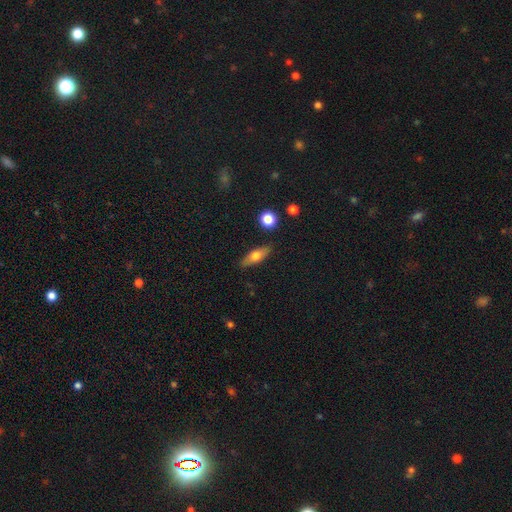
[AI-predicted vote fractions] Smooth or featured? smooth (59%)
How rounded? in between (53%)
Merging? none (85%)